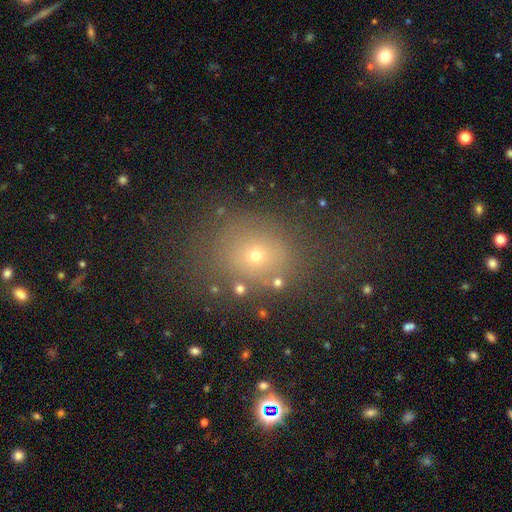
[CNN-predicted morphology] Smooth or featured?
  - smooth: 60% *
  - star or artifact: 26%
  - featured or disk: 14%
How rounded?
  - round: 63% *
  - in between: 36%
  - cigar-shaped: 1%
Merging?
  - none: 72% *
  - minor disturbance: 14%
  - major disturbance: 10%
  - merger: 4%